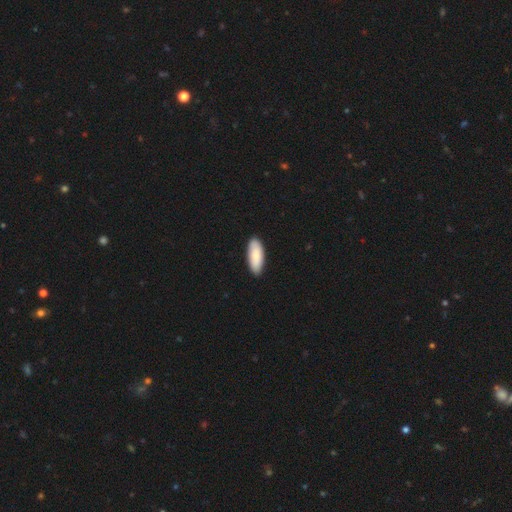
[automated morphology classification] The model was most divided on "how rounded": in between: 78%, cigar-shaped: 20%, round: 2%. More confident: merging — none (89%); smooth or featured — smooth (85%).